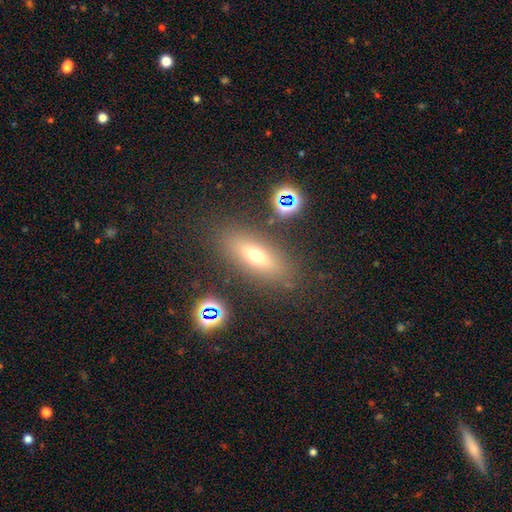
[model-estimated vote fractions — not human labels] A smooth galaxy with no disk features (57%) that is in between round and cigar-shaped (58%). Merging: none (82%).